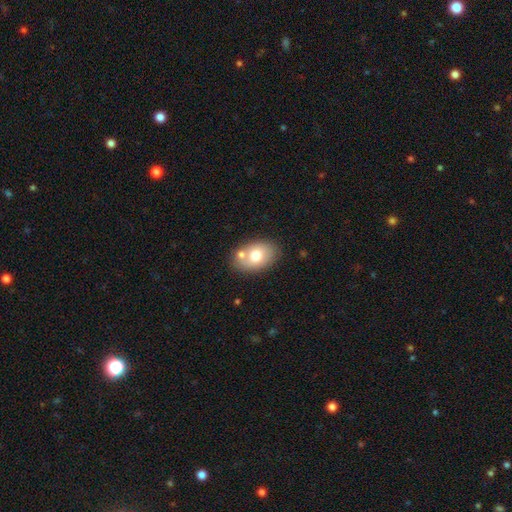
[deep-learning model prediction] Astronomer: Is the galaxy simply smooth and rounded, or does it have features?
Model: smooth — 71%.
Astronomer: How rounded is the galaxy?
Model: in between — 84%.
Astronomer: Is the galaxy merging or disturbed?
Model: none — 66%.